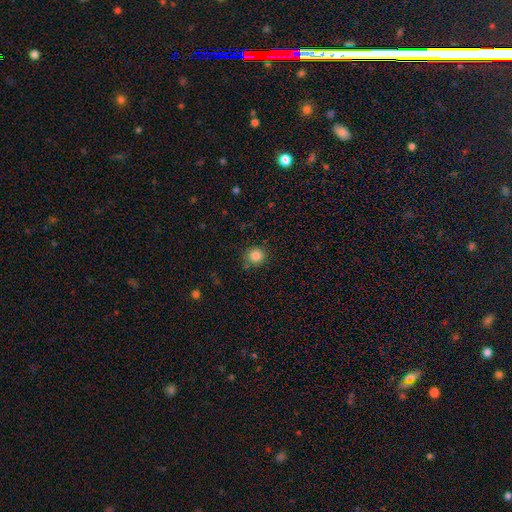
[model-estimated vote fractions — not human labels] Overall: smooth (85%). How rounded: round (92%). Merging: none (85%).